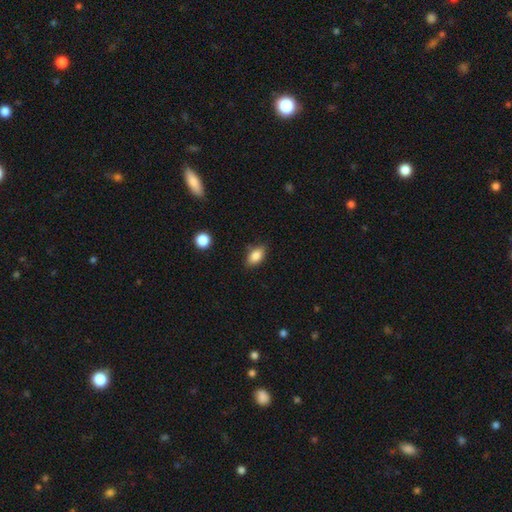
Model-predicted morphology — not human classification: smooth 85%, star or artifact 8%, featured or disk 7%. Down the decision tree: how rounded — in between (88%); merging — none (81%).